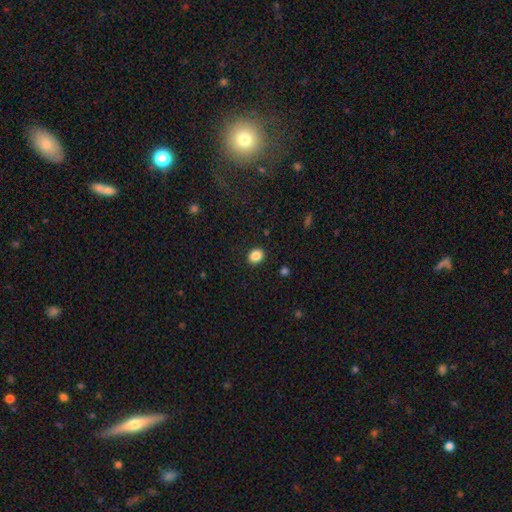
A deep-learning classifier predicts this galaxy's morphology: Smooth or featured?
  - smooth: 87% *
  - star or artifact: 9%
  - featured or disk: 4%
How rounded?
  - round: 50% *
  - in between: 49%
  - cigar-shaped: 1%
Merging?
  - none: 90% *
  - minor disturbance: 7%
  - major disturbance: 2%
  - merger: 1%